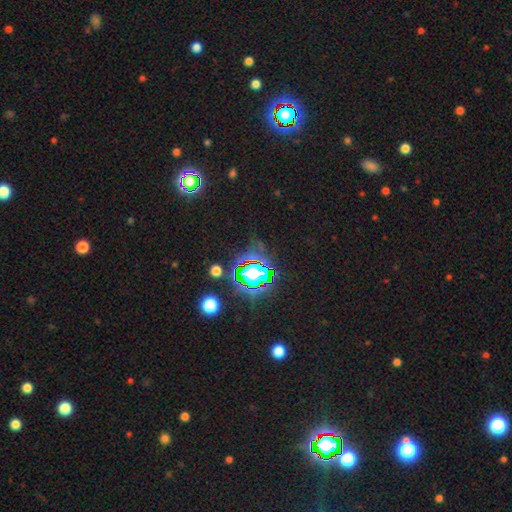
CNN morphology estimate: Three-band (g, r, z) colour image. It shows a star or artifact, not a galaxy (82%).